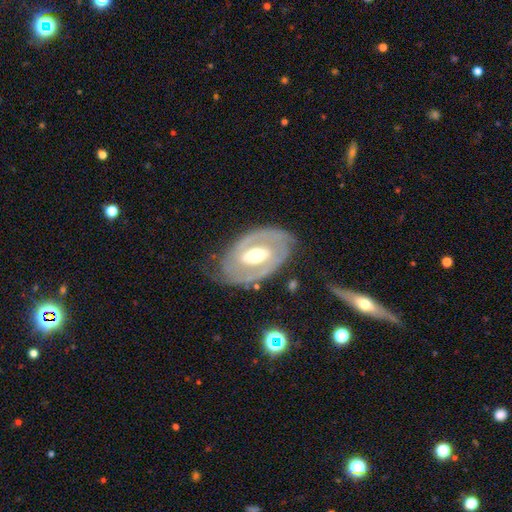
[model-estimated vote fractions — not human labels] A featured or disk galaxy (81%) with a strong bar (43%), 2 (78%) tight (47%) spiral arms (73%) and a moderate central bulge (68%).

Vote fractions:
- Smooth or featured? featured or disk: 81% / smooth: 15% / star or artifact: 5%
- Edge-on disk? no: 94% / yes: 6%
- Bar? strong: 43% / weak: 38% / no: 20%
- Spiral arms? yes: 73% / no: 27%
- Spiral winding? tight: 47% / medium: 38% / loose: 16%
- Spiral arm count? 2: 78% / can't tell: 13% / 1: 5% / 3: 2% / 4: 1% / more than 4: 1%
- Bulge size? moderate: 68% / large: 19% / small: 10% / dominant: 2% / none: 1%
- Merging? none: 69% / minor disturbance: 20% / major disturbance: 10% / merger: 2%